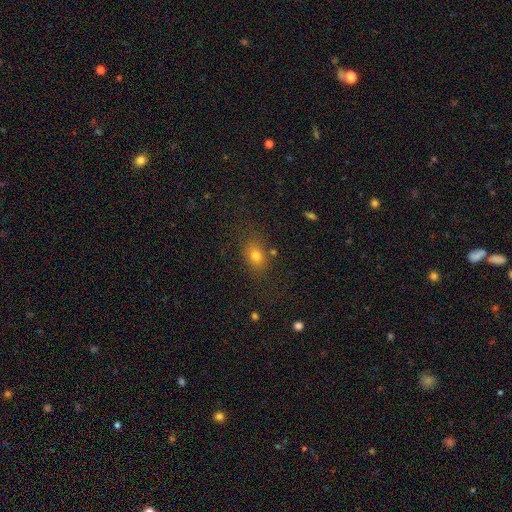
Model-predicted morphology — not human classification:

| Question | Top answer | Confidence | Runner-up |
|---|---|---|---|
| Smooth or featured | smooth | 76% | star or artifact (13%) |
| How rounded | in between | 66% | round (32%) |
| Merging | none | 75% | minor disturbance (15%) |